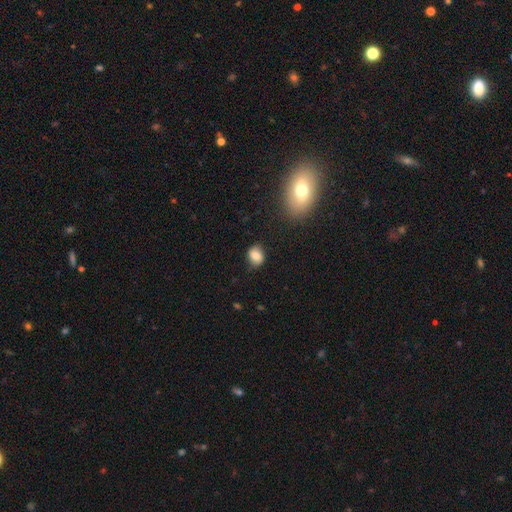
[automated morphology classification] Smooth or featured: smooth — 79% (featured or disk — 12%)
How rounded: in between — 53% (round — 45%)
Merging: none — 76% (minor disturbance — 17%)